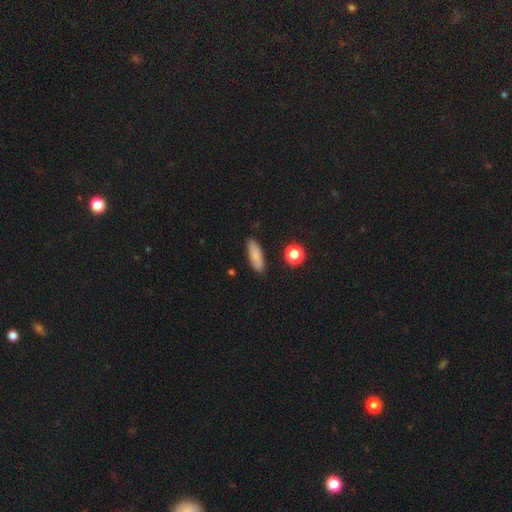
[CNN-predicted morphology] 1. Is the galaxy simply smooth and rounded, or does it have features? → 83% smooth, 8% featured or disk, 8% star or artifact.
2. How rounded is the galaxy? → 55% in between, 42% cigar-shaped, 3% round.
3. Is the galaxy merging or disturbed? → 87% none, 9% minor disturbance, 2% major disturbance, 2% merger.